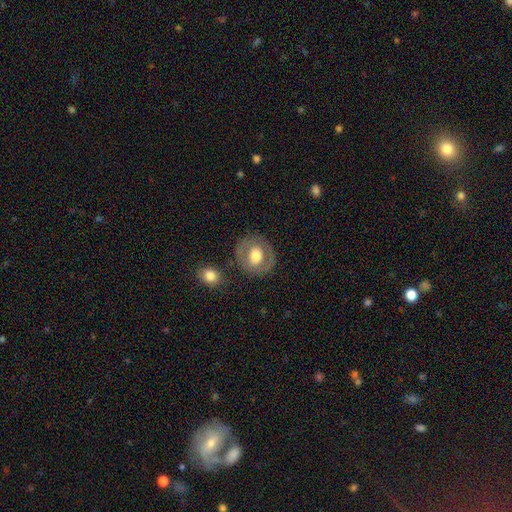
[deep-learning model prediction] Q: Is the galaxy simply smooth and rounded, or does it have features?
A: smooth — 55%.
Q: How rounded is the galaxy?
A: round — 79%.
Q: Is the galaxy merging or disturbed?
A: none — 81%.